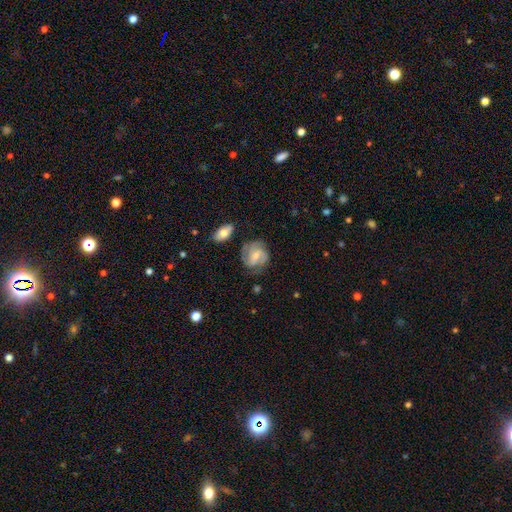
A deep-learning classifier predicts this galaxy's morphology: Overall: featured or disk (67%). Edge-on disk: no (97%). Bar: weak (47%; no 39%). Spiral arms: yes (90%). Spiral arm count: 2 (49%; can't tell 21%). Spiral winding: medium (44%; tight 40%). Bulge size: small (54%; moderate 37%). Merging: none (66%).